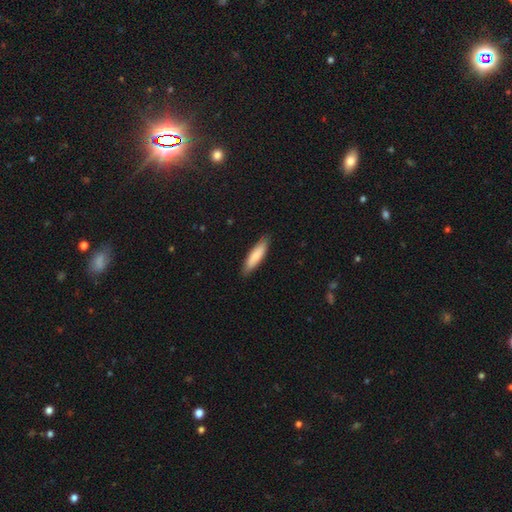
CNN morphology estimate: Smooth or featured? smooth (80%)
How rounded? cigar-shaped (70%)
Merging? none (87%)